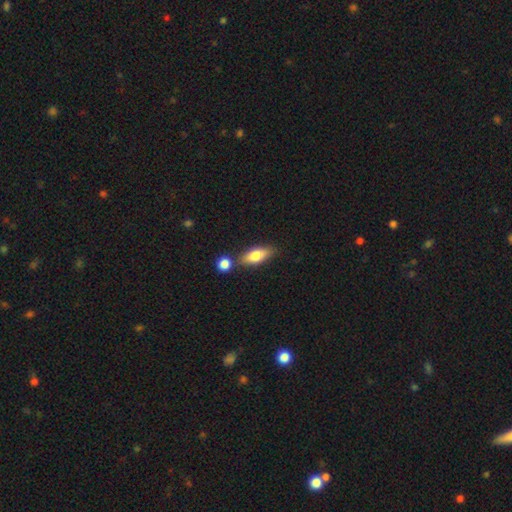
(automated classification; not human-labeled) smooth-or-featured: smooth: 73% | featured or disk: 20% | star or artifact: 7%
  how-rounded: in between: 74% | cigar-shaped: 22% | round: 4%
  merging: none: 68% | merger: 16% | minor disturbance: 13% | major disturbance: 3%